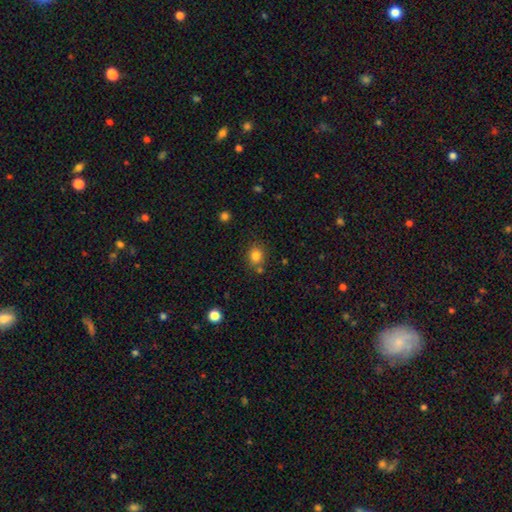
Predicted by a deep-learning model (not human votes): Q: Smooth or featured?
A: smooth (82%); runner-up: star or artifact (12%)
Q: How rounded?
A: round (74%); runner-up: in between (25%)
Q: Merging?
A: none (73%); runner-up: minor disturbance (12%)